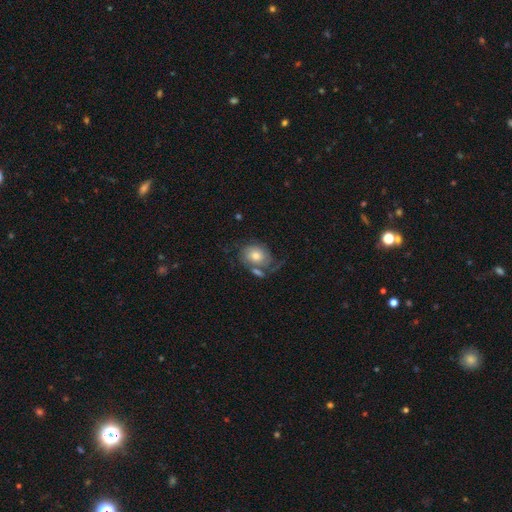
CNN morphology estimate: Q: Smooth or featured?
A: featured or disk (46%); tied with: smooth (46%)
Q: Merging?
A: none (36%); runner-up: major disturbance (23%)